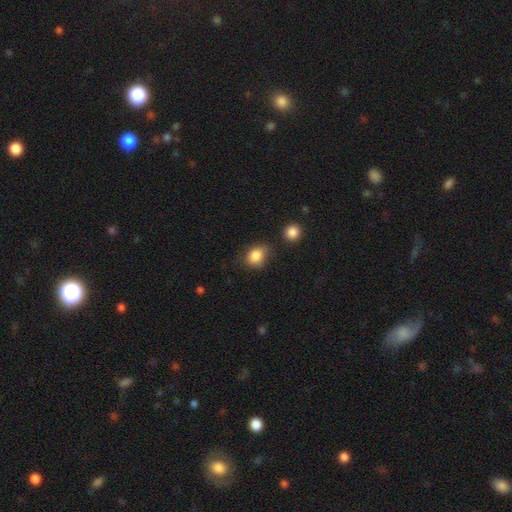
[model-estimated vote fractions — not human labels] smooth_or_featured: smooth (p=0.84) [alt: star or artifact p=0.10]
how_rounded: round (p=0.51) [alt: in between p=0.48]
merging: none (p=0.58) [alt: minor disturbance p=0.28]